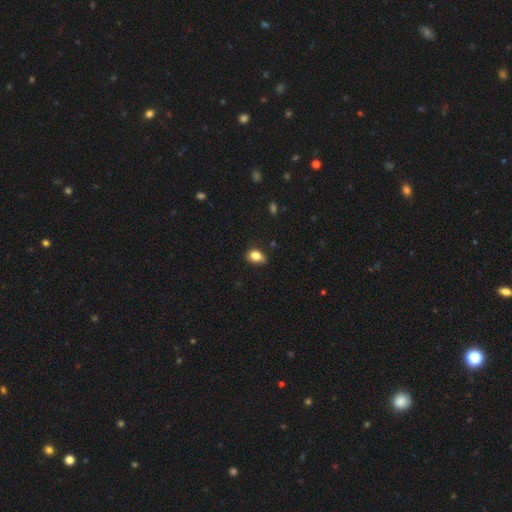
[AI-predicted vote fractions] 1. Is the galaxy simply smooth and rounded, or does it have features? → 83% smooth, 10% star or artifact, 7% featured or disk.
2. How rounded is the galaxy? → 76% in between, 23% round, 2% cigar-shaped.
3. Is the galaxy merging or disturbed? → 74% none, 21% minor disturbance, 3% major disturbance, 2% merger.